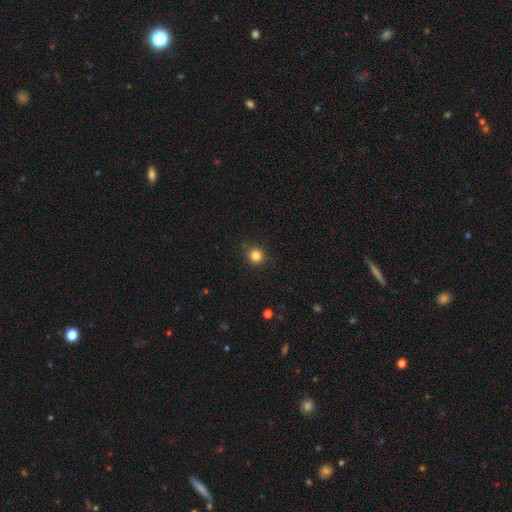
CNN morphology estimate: This appears to be a smooth galaxy with no disk features (83%) that is round (93%). Merging: none (90%).